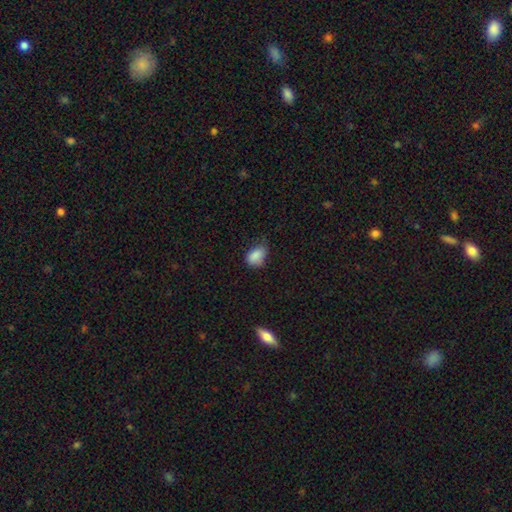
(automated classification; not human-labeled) smooth 86%, star or artifact 9%, featured or disk 6%. Down the decision tree: how rounded — in between (83%); merging — none (47%).